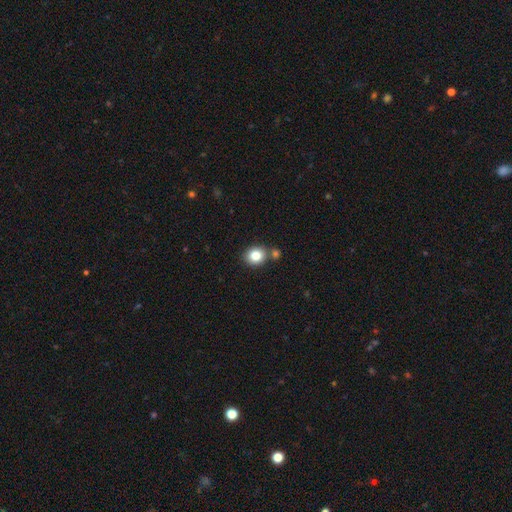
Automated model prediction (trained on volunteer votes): Smooth or featured? smooth (82%)
How rounded? round (70%)
Merging? none (71%)